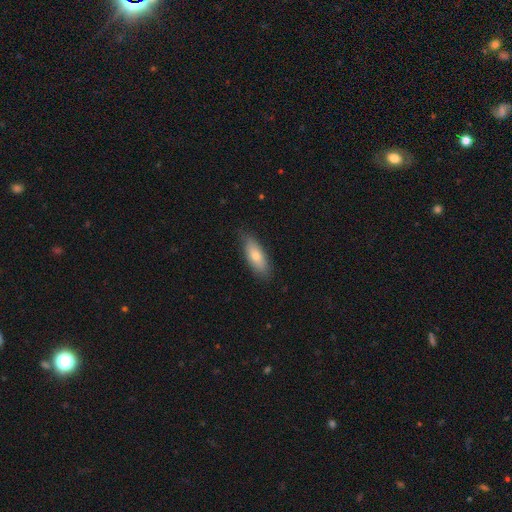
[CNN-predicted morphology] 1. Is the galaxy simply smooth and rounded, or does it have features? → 72% smooth, 22% featured or disk, 6% star or artifact.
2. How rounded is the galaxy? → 73% in between, 25% cigar-shaped, 3% round.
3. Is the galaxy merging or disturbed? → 78% none, 17% minor disturbance, 3% major disturbance, 1% merger.